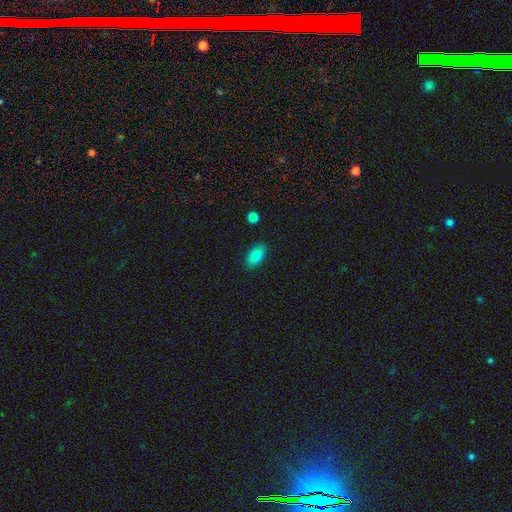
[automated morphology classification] Overall: smooth (87%). How rounded: in between (92%). Merging: none (86%).